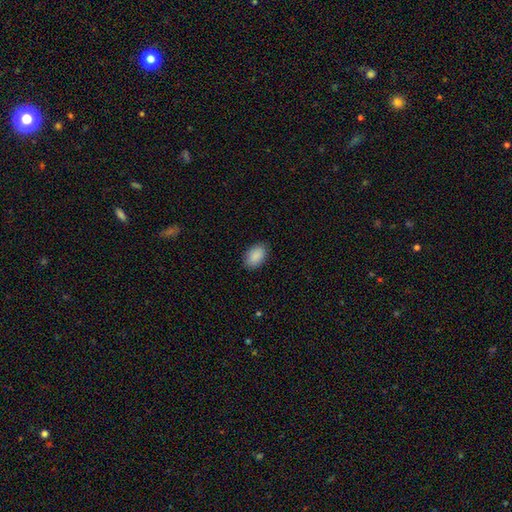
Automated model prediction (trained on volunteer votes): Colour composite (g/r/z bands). It shows a smooth galaxy with no disk features (90%) that is in between round and cigar-shaped (91%). Merging: none (86%).